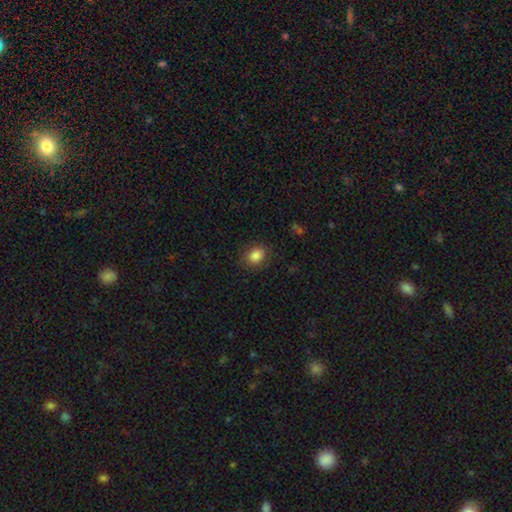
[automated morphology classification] Smooth or featured? Predicted: smooth (p=0.84). How rounded? Predicted: in between (p=0.53). Merging? Predicted: none (p=0.85).